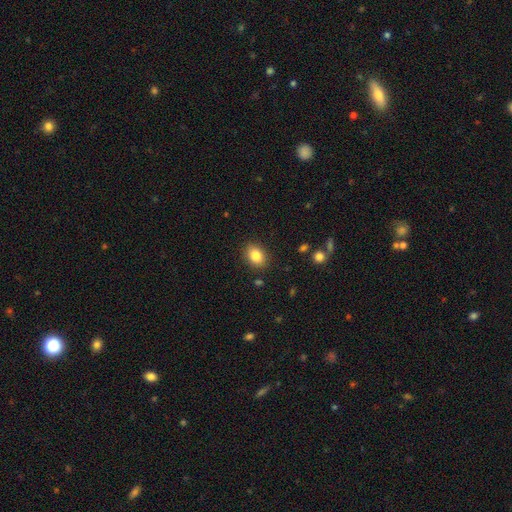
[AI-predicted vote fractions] This is clearly a smooth galaxy (84%). How rounded: likely in between (71%). Merging: clearly none (88%).